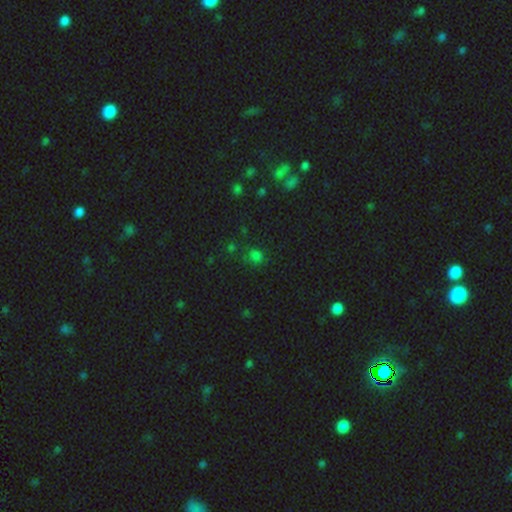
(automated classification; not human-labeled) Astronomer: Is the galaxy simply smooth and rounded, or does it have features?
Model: smooth — 61%.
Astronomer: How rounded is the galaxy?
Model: round — 70%.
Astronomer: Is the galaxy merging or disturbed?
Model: none — 69%.